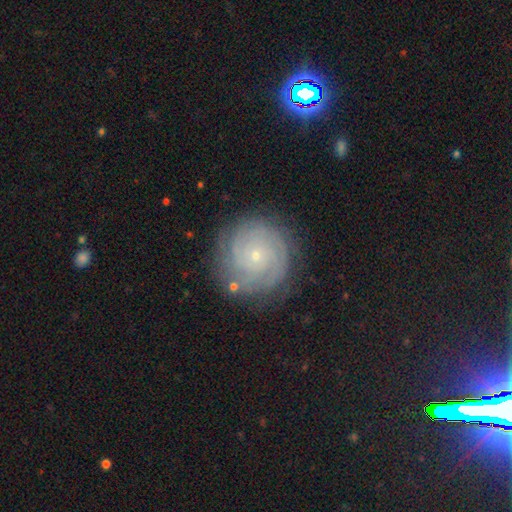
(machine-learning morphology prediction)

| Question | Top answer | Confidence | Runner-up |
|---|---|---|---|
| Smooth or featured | featured or disk | 80% | smooth (13%) |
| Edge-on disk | no | 98% | yes (2%) |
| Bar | no | 84% | weak (13%) |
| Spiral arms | yes | 95% | no (5%) |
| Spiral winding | tight | 83% | medium (14%) |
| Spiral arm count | can't tell | 29% | 3 (21%) |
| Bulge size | small | 87% | moderate (10%) |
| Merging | none | 83% | minor disturbance (11%) |